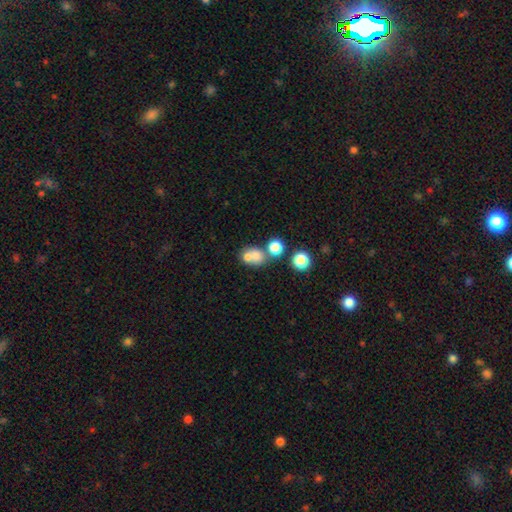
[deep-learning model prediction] This appears to be a smooth galaxy with no disk features (71%) that is round (67%). Merging: merger (49%).